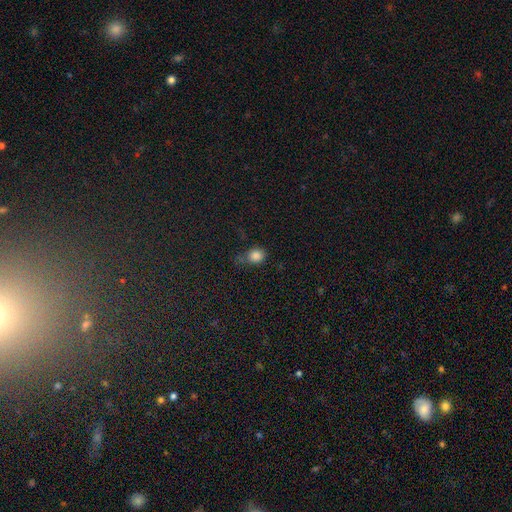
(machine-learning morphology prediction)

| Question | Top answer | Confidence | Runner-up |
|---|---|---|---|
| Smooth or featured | smooth | 82% | star or artifact (13%) |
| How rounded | round | 72% | in between (26%) |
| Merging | none | 52% | minor disturbance (29%) |